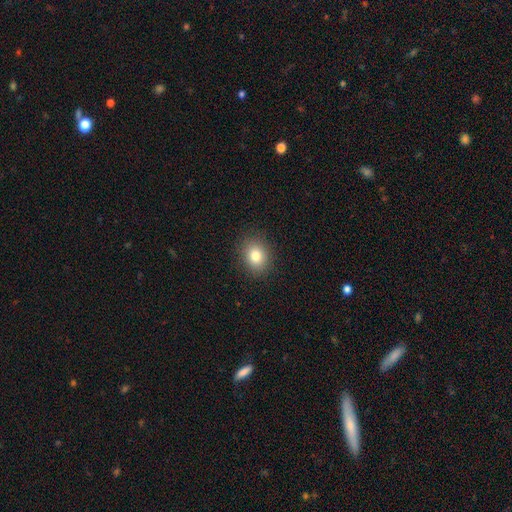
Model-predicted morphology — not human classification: type=smooth (81%); roundness=round (62%); merging=none (89%).